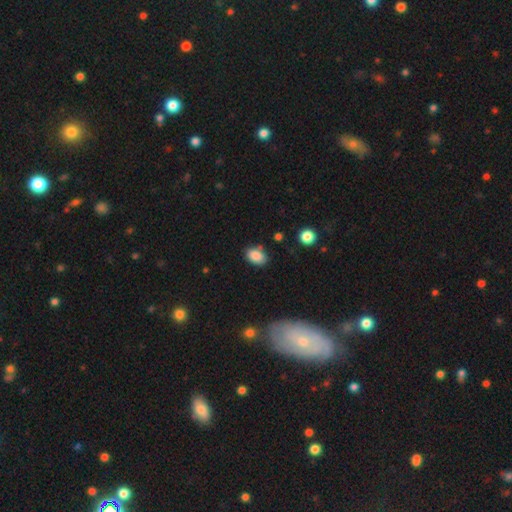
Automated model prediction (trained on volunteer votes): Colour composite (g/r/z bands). It shows a smooth galaxy with no disk features (87%) that is in between round and cigar-shaped (86%). Merging: none (75%).